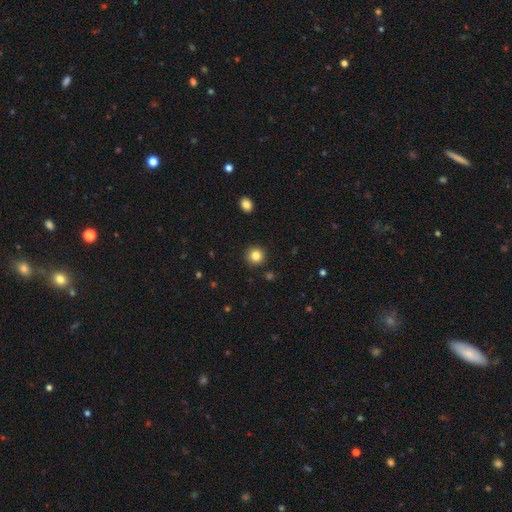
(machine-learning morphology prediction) This is clearly a smooth galaxy (84%). How rounded: clearly round (94%). Merging: clearly none (92%).